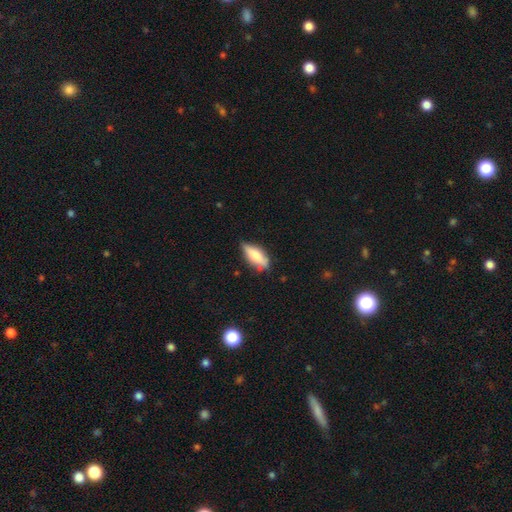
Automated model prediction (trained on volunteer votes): This is likely a smooth galaxy (66%). How rounded: likely in between (69%). Merging: likely none (68%).